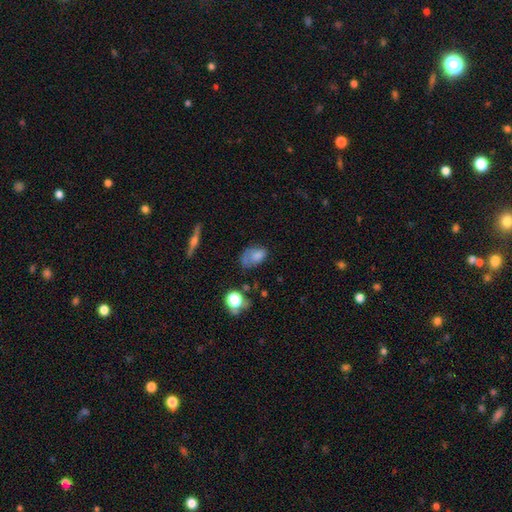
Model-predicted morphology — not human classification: smooth-or-featured: smooth: 65% | featured or disk: 23% | star or artifact: 12%
  how-rounded: in between: 80% | round: 18% | cigar-shaped: 2%
  merging: none: 42% | minor disturbance: 30% | major disturbance: 23% | merger: 6%